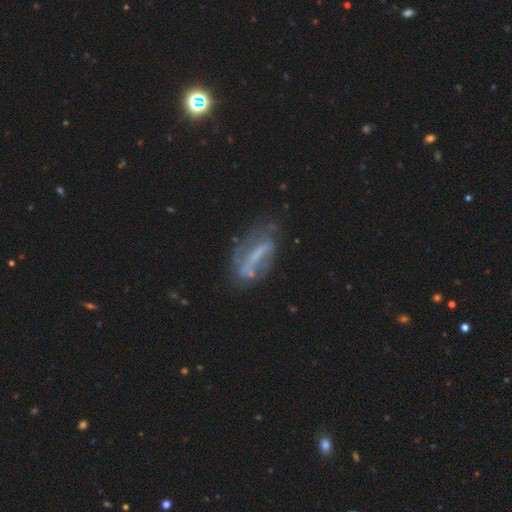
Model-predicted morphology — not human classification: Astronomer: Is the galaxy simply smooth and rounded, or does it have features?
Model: featured or disk — 64%.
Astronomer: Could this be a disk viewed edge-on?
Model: no — 83%.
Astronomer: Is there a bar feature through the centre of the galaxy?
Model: strong — 50% (runner-up: weak, 26%).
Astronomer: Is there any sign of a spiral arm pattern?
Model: no — 56% (runner-up: yes, 44%).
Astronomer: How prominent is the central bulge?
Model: none — 51% (runner-up: small, 27%).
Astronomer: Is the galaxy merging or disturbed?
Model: none — 48% (runner-up: minor disturbance, 25%).